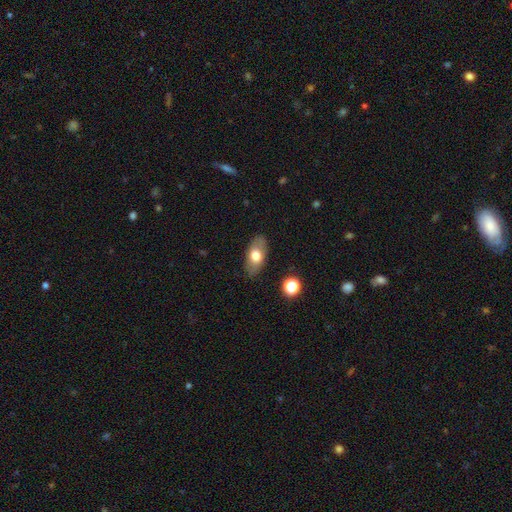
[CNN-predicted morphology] Smooth or featured? smooth (69%)
How rounded? in between (90%)
Merging? none (85%)